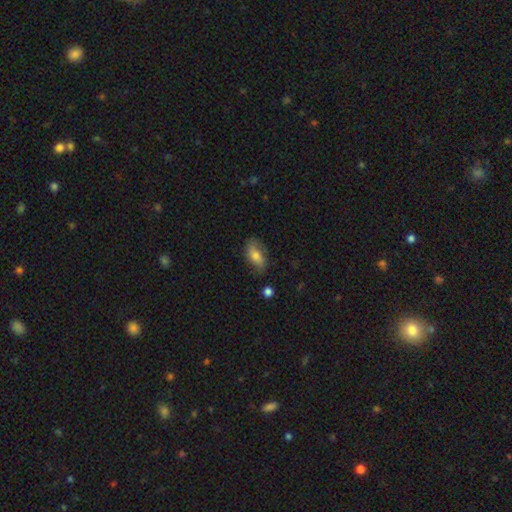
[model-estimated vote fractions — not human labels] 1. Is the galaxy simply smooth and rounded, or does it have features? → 67% smooth, 25% featured or disk, 8% star or artifact.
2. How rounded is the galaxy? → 88% in between, 6% cigar-shaped, 5% round.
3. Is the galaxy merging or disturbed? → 67% none, 24% minor disturbance, 6% major disturbance, 2% merger.